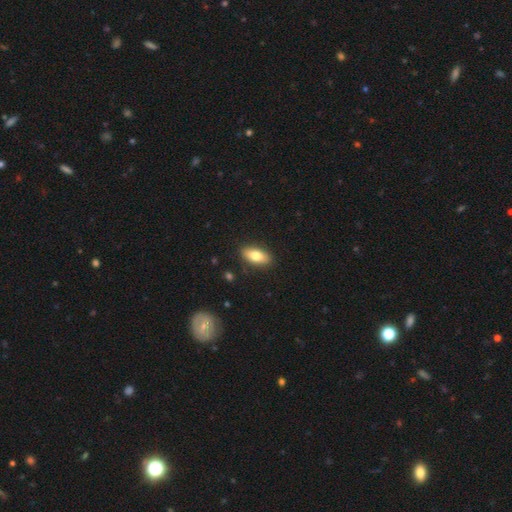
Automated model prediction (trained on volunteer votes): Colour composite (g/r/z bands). It shows a smooth galaxy with no disk features (76%) that is in between round and cigar-shaped (86%). Merging: none (88%).